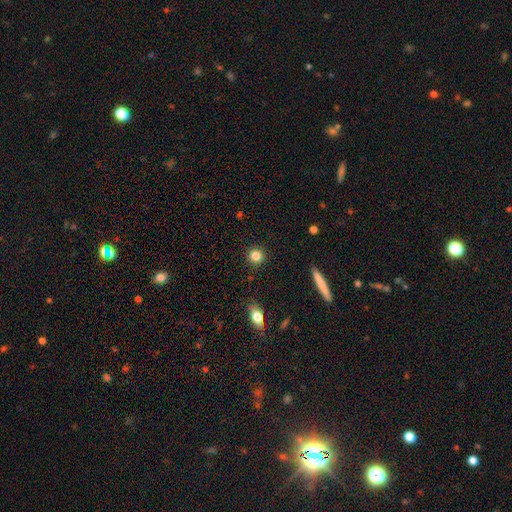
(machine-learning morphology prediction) Smooth or featured? smooth (83%)
How rounded? round (88%)
Merging? none (90%)